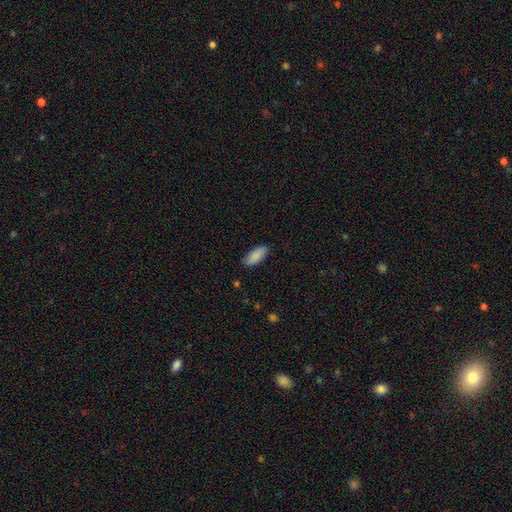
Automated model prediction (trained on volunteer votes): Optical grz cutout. It shows a smooth galaxy with no disk features (90%) that is in between round and cigar-shaped (82%). Merging: none (86%).